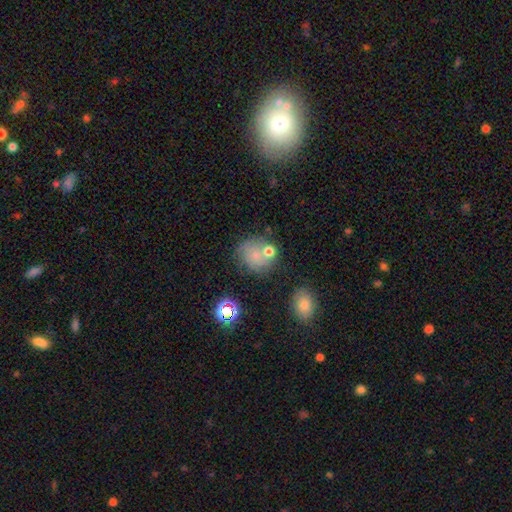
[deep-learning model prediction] Overall: smooth (61%; featured or disk 22%). How rounded: round (78%). Merging: none (55%; merger 21%).